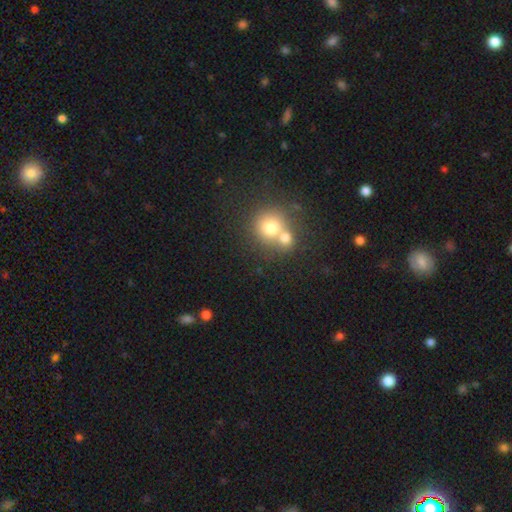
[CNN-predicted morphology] smooth_or_featured: smooth (p=0.61) [alt: star or artifact p=0.28]
how_rounded: round (p=0.84) [alt: in between p=0.14]
merging: none (p=0.53) [alt: merger p=0.36]